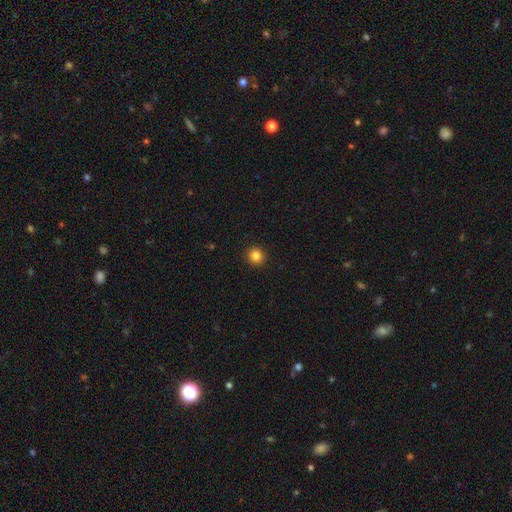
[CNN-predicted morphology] Overall: smooth (83%). How rounded: round (91%). Merging: none (93%).